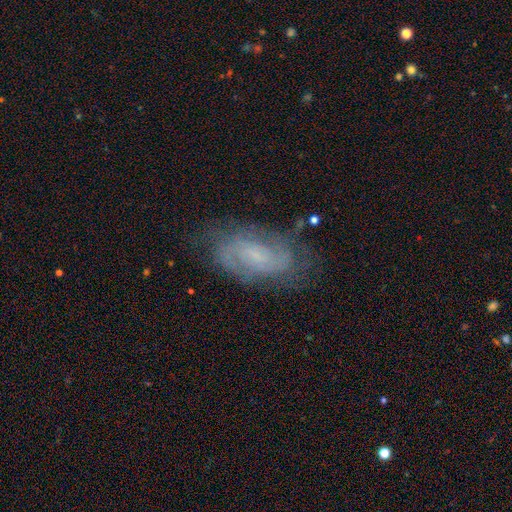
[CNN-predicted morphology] Smooth or featured?
  - featured or disk: 70% *
  - smooth: 21%
  - star or artifact: 9%
Edge-on disk?
  - no: 95% *
  - yes: 5%
Bar?
  - no: 50% *
  - weak: 41%
  - strong: 9%
Spiral arms?
  - yes: 90% *
  - no: 10%
Spiral winding?
  - medium: 44% *
  - tight: 41%
  - loose: 16%
Spiral arm count?
  - 2: 63% *
  - can't tell: 23%
  - 3: 6%
  - 1: 3%
  - 4: 2%
  - more than 4: 2%
Bulge size?
  - small: 48% *
  - none: 29%
  - moderate: 18%
  - large: 3%
  - dominant: 1%
Merging?
  - none: 71% *
  - minor disturbance: 19%
  - major disturbance: 8%
  - merger: 2%